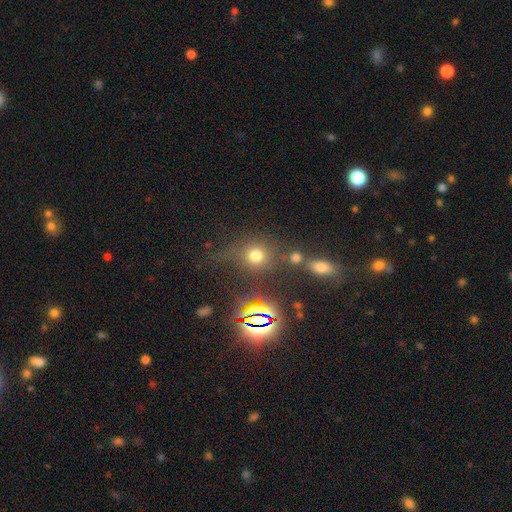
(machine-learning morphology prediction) Overall: smooth (67%). How rounded: round (83%). Merging: none (67%).